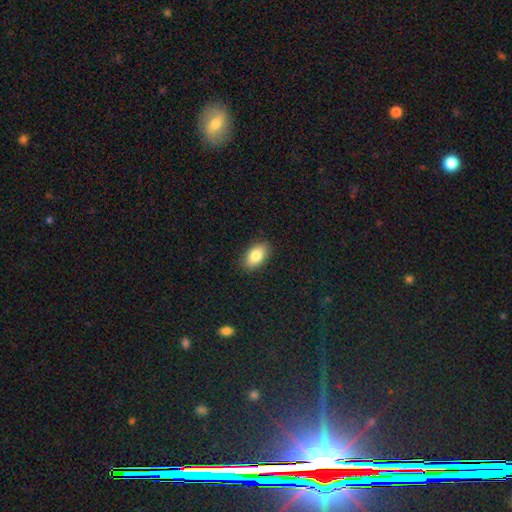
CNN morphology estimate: Overall: smooth (83%). How rounded: in between (91%). Merging: none (88%).